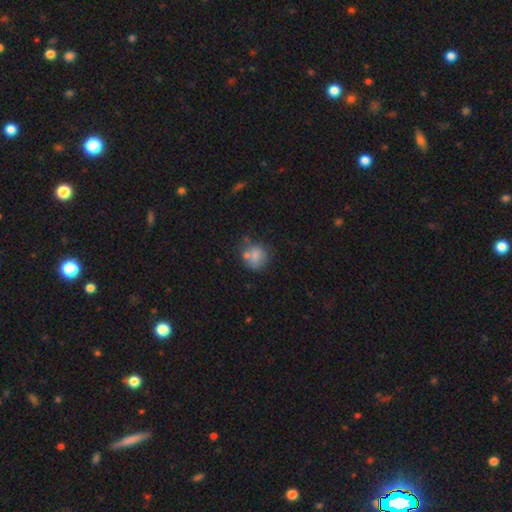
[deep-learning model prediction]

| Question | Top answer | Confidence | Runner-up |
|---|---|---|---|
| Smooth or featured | smooth | 74% | featured or disk (16%) |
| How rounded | round | 79% | in between (20%) |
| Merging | none | 52% | minor disturbance (20%) |